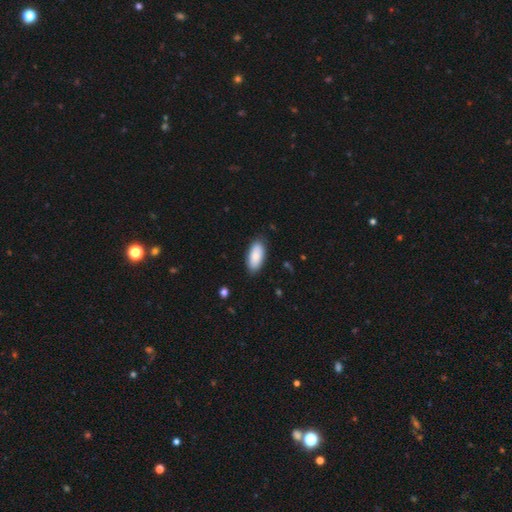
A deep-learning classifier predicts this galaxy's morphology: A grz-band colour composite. It shows a smooth galaxy with no disk features (87%) that is in between round and cigar-shaped (89%). Merging: none (85%).